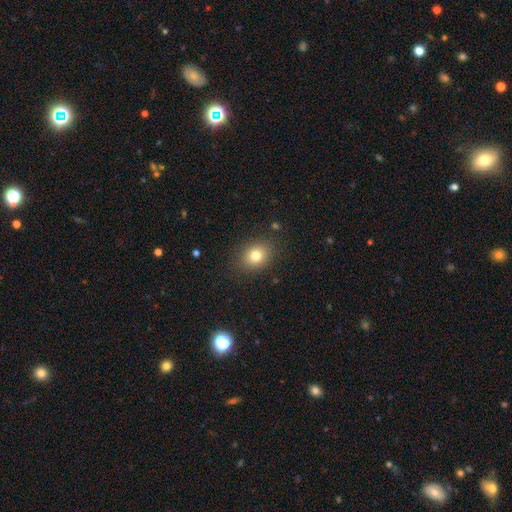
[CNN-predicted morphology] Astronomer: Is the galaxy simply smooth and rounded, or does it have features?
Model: smooth — 79%.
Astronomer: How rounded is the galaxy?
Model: round — 50% (runner-up: in between, 49%).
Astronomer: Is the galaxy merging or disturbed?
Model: none — 86%.